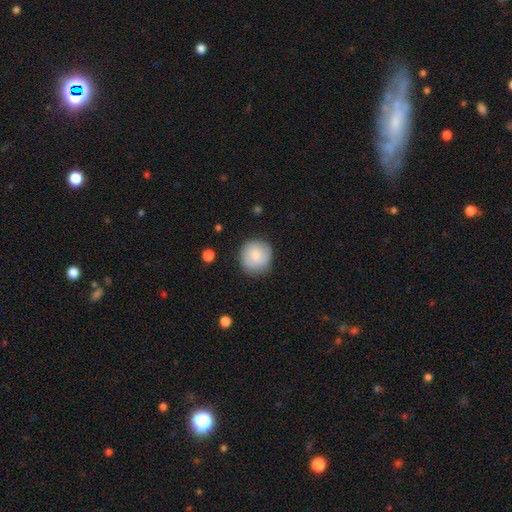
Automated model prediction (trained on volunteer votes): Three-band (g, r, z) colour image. It shows a smooth galaxy with no disk features (79%) that is round (92%). Merging: none (83%).